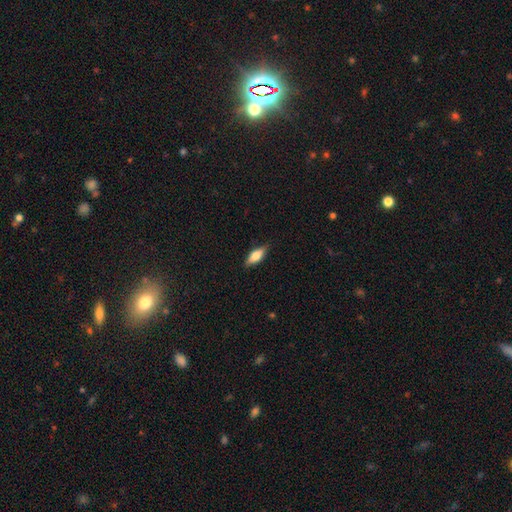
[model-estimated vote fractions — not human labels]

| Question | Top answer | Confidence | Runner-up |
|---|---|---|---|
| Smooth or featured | smooth | 62% | featured or disk (31%) |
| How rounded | in between | 70% | cigar-shaped (27%) |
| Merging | none | 84% | minor disturbance (13%) |